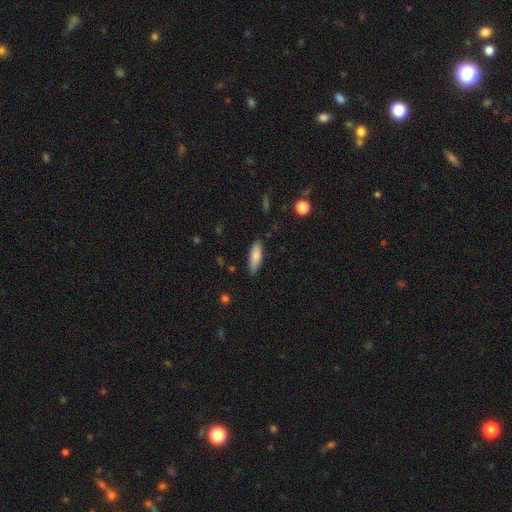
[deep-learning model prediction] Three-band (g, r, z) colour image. It shows a smooth galaxy with no disk features (81%) that is in between round and cigar-shaped (52%). Merging: none (84%).